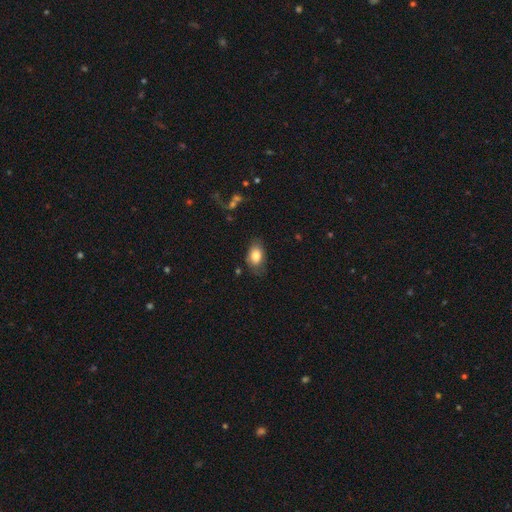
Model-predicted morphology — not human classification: Smooth or featured? smooth (79%)
How rounded? in between (89%)
Merging? none (69%)